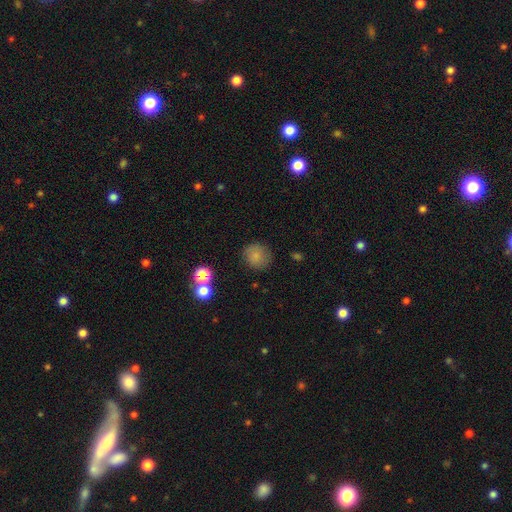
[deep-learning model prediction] Smooth or featured? smooth (79%)
How rounded? round (88%)
Merging? none (82%)